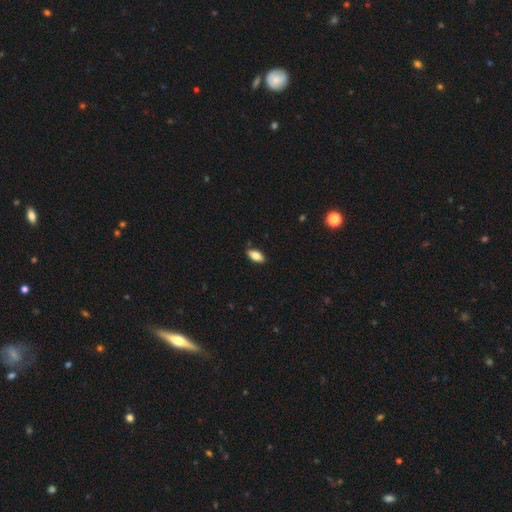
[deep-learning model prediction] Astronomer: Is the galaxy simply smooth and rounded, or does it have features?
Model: smooth — 80%.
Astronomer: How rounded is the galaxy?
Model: in between — 87%.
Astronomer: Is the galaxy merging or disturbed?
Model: none — 83%.